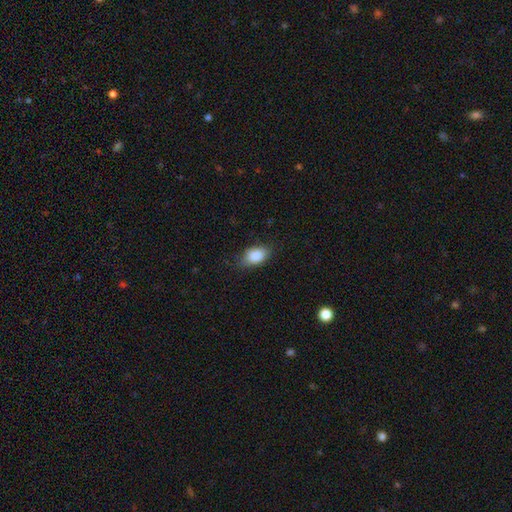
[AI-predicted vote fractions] A smooth galaxy with no disk features (85%) that is in between round and cigar-shaped (87%). Merging: none (74%).